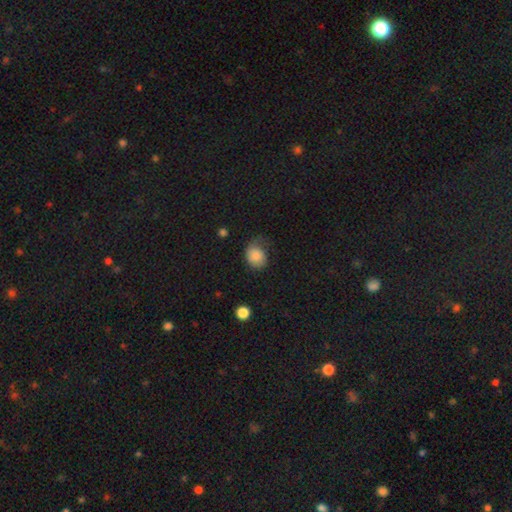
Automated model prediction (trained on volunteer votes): smooth_or_featured: smooth (p=0.80) [alt: featured or disk p=0.12]
how_rounded: round (p=0.52) [alt: in between p=0.47]
merging: none (p=0.41) [alt: minor disturbance p=0.33]